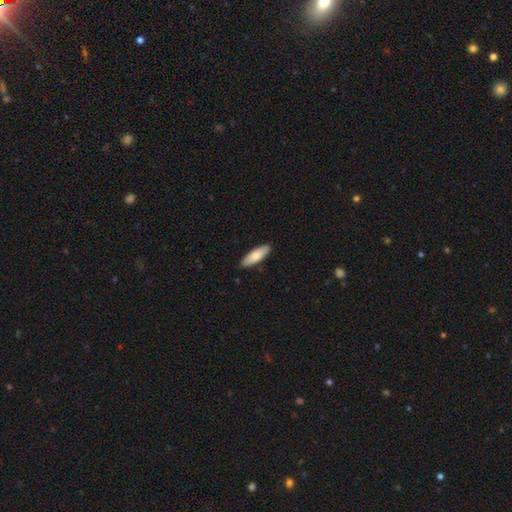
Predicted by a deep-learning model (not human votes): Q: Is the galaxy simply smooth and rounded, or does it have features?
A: smooth — 78%.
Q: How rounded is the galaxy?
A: in between — 59%.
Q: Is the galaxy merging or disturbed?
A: none — 88%.